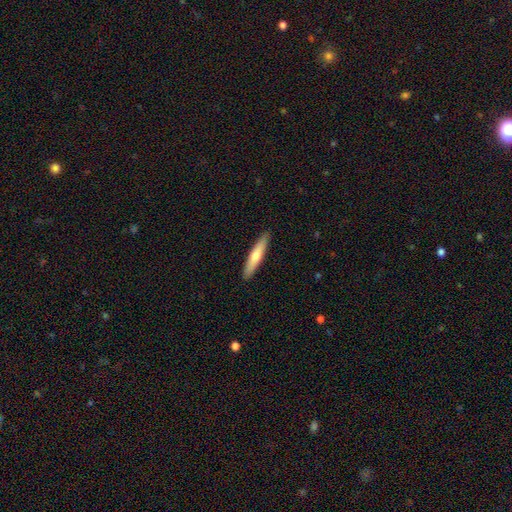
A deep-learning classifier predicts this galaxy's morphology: Q: Smooth or featured?
A: smooth (60%); runner-up: featured or disk (35%)
Q: How rounded?
A: cigar-shaped (87%); runner-up: in between (12%)
Q: Merging?
A: none (91%); runner-up: minor disturbance (6%)